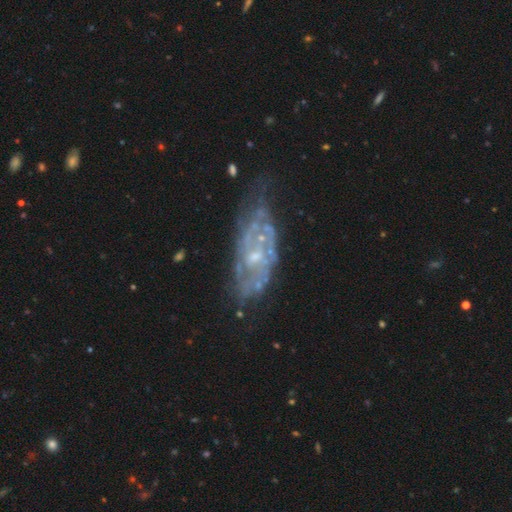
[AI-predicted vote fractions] featured or disk 79%, smooth 13%, star or artifact 8%. Down the decision tree: edge-on disk — no (92%); bar — no (67%); spiral arms — yes (71%); spiral arm count — can't tell (53%); spiral winding — tight (51%); bulge size — small (60%); merging — none (54%).